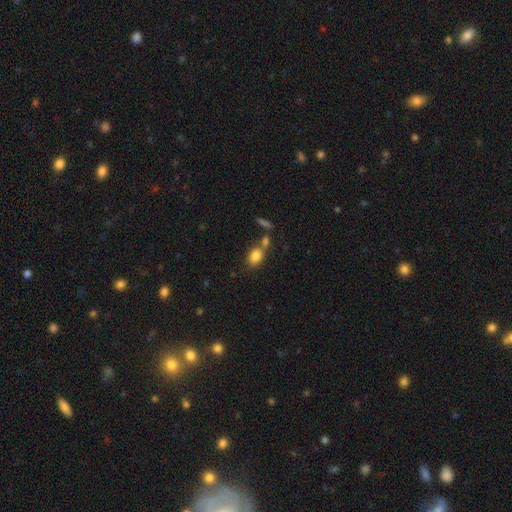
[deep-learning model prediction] Smooth or featured? Predicted: smooth (p=0.83). How rounded? Predicted: in between (p=0.72). Merging? Predicted: none (p=0.54).